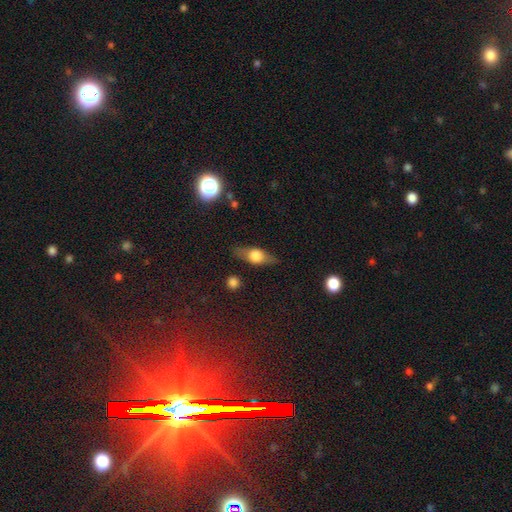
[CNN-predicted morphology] Q: Smooth or featured?
A: featured or disk (48%); runner-up: smooth (44%)
Q: Merging?
A: none (81%); runner-up: minor disturbance (13%)